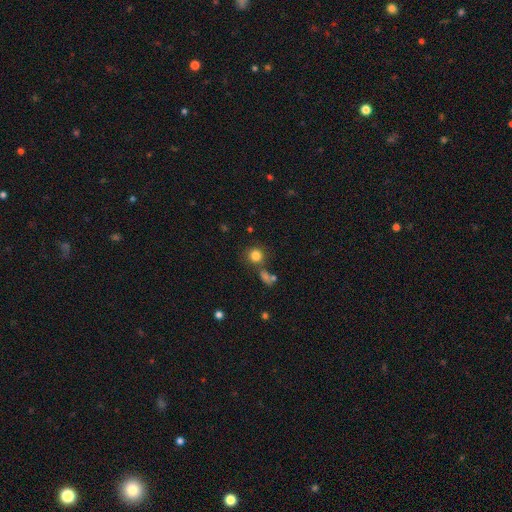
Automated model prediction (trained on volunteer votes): Smooth or featured?
  - smooth: 81% *
  - star or artifact: 13%
  - featured or disk: 6%
How rounded?
  - round: 89% *
  - in between: 10%
  - cigar-shaped: 1%
Merging?
  - none: 71% *
  - merger: 12%
  - minor disturbance: 11%
  - major disturbance: 5%